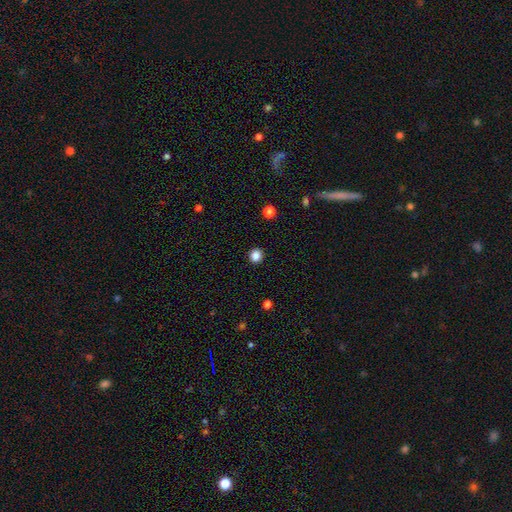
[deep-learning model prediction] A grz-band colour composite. It shows a smooth galaxy with no disk features (85%) that is round (93%). Merging: none (93%).